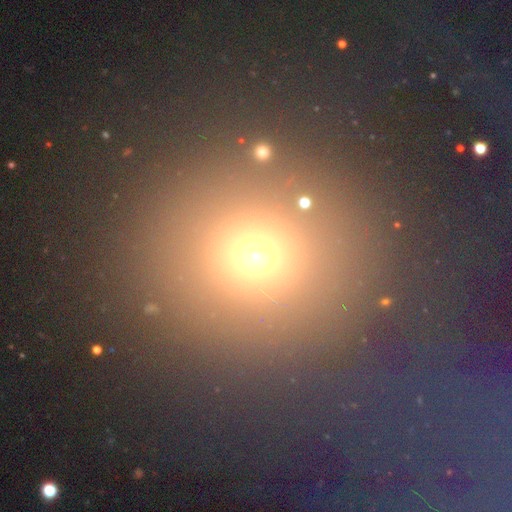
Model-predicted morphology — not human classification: This appears to be a smooth galaxy with no disk features (69%) that is round (84%). Merging: none (75%).